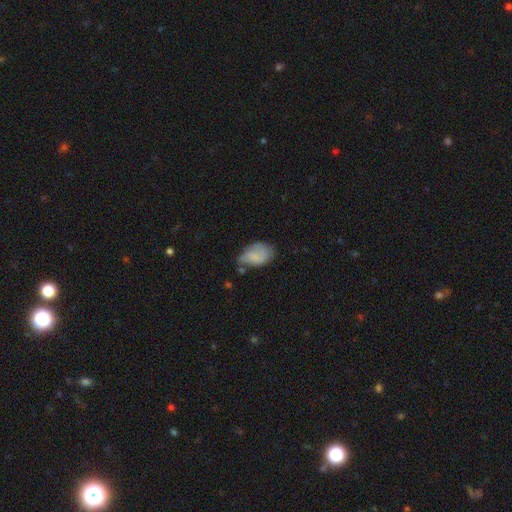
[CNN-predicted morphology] The model was most divided on "merging": none: 42%, minor disturbance: 38%, major disturbance: 14%, merger: 6%. More confident: how rounded — in between (87%); smooth or featured — smooth (69%).